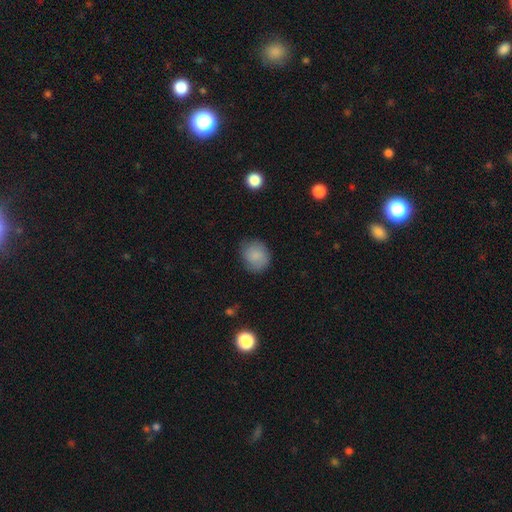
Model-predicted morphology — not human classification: type=smooth (83%); roundness=round (72%); merging=none (76%).